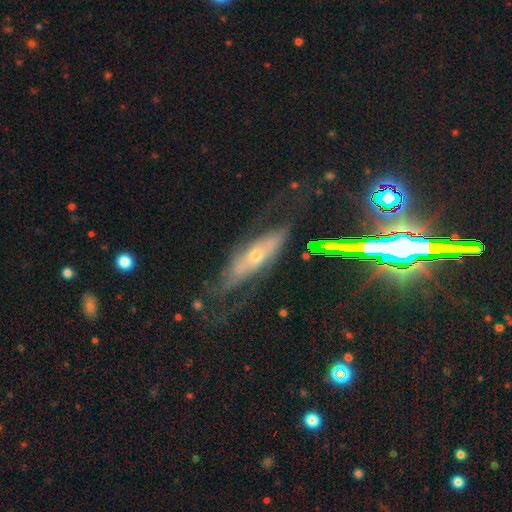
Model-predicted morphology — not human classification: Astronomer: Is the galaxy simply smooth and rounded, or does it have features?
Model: featured or disk — 65%.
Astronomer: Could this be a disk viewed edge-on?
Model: no — 56% (runner-up: yes, 44%).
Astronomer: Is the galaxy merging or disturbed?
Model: none — 61%.